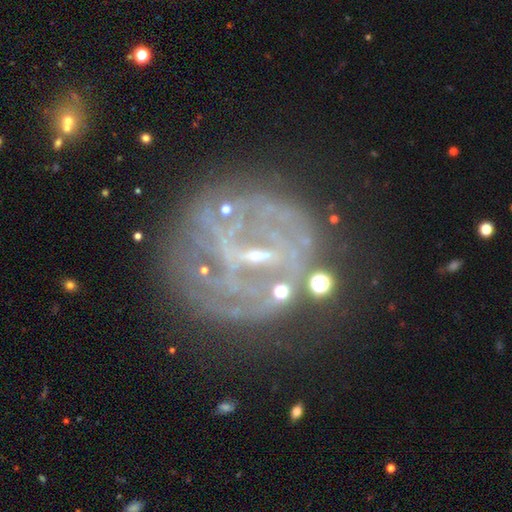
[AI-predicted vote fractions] Overall: featured or disk (80%). Edge-on disk: no (91%). Bar: strong (55%; weak 26%). Spiral arms: yes (80%). Spiral arm count: can't tell (31%; 2 26%). Spiral winding: tight (51%; medium 33%). Bulge size: small (71%). Merging: none (46%; major disturbance 20%).